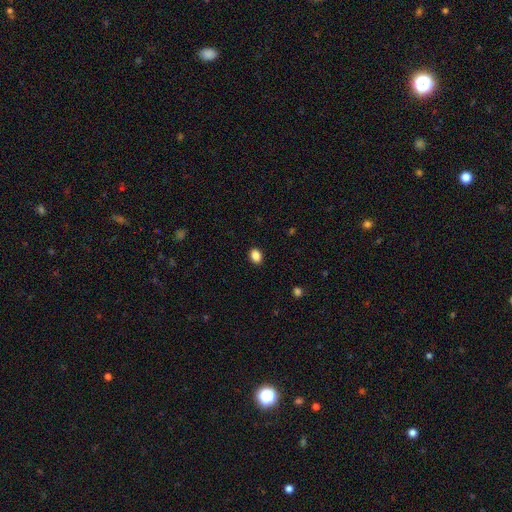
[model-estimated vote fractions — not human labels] Q: Smooth or featured?
A: smooth (87%); runner-up: star or artifact (10%)
Q: How rounded?
A: in between (63%); runner-up: round (36%)
Q: Merging?
A: none (91%); runner-up: minor disturbance (7%)